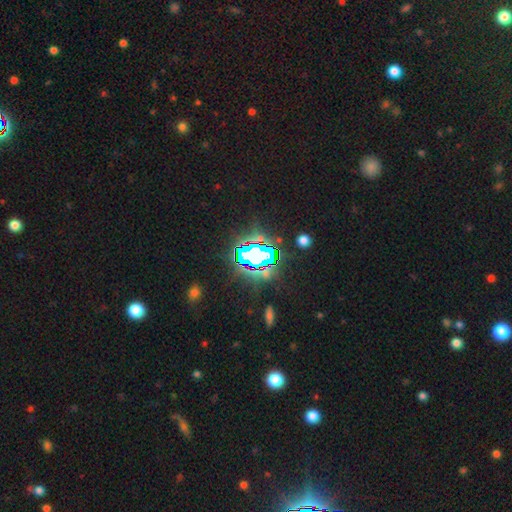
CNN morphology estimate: Q: Smooth or featured?
A: star or artifact (75%); runner-up: smooth (13%)